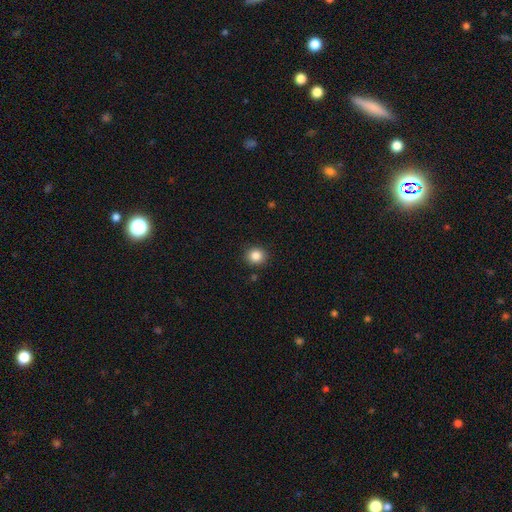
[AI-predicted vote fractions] Overall: smooth (86%). How rounded: round (87%). Merging: none (89%).